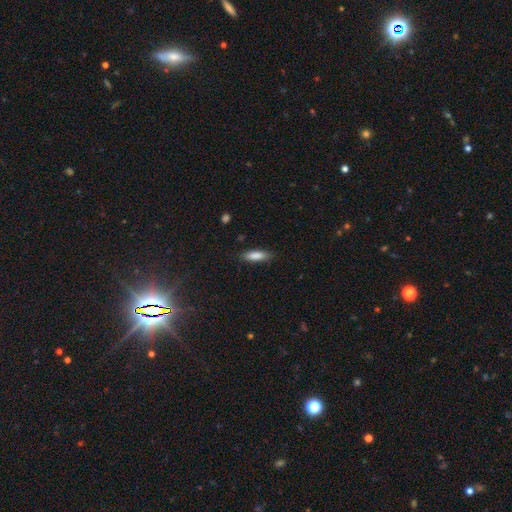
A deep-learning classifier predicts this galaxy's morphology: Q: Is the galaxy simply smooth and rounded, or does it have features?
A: smooth — 85%.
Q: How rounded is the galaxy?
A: cigar-shaped — 49%, tied with in between.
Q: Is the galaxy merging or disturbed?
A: none — 83%.